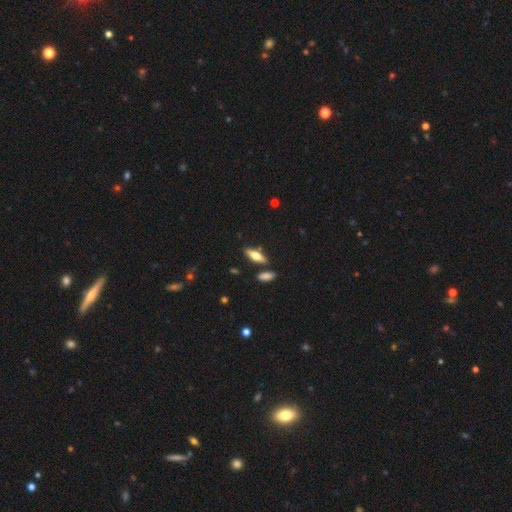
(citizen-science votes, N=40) Smooth or featured: featured or disk — 50% (smooth — 45%)
Edge-on disk: yes — 75% (no — 25%)
Edge-on bulge: rounded — 87% (none — 13%)
Merging: none — 95% (minor disturbance — 3%)